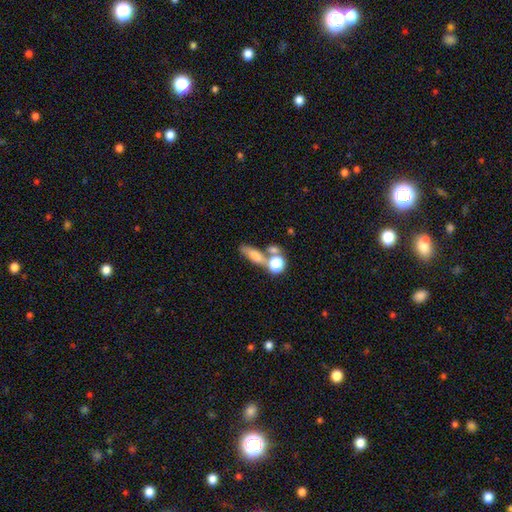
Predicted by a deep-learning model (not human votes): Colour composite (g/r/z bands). It shows a smooth galaxy with no disk features (68%) that is in between round and cigar-shaped (53%). Merging: none (41%).